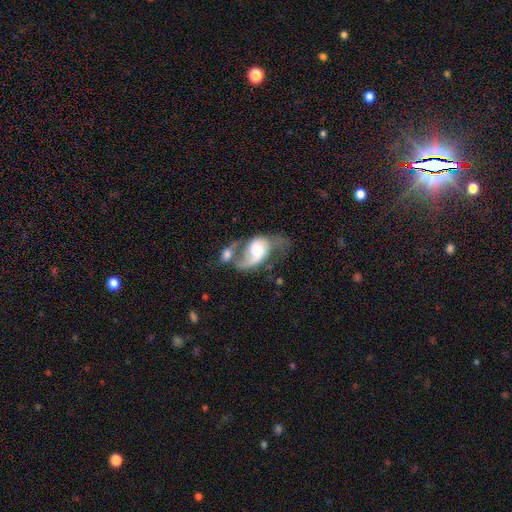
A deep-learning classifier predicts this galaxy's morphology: smooth_or_featured: featured or disk (p=0.67) [alt: smooth p=0.26]
disk_edge_on: no (p=0.96) [alt: yes p=0.04]
bar: no (p=0.58) [alt: weak p=0.32]
has_spiral_arms: yes (p=0.85) [alt: no p=0.15]
spiral_winding: loose (p=0.67) [alt: medium p=0.26]
spiral_arm_count: 2 (p=0.70) [alt: 1 p=0.21]
bulge_size: moderate (p=0.34) [alt: large p=0.30]
merging: merger (p=0.38) [alt: major disturbance p=0.29]